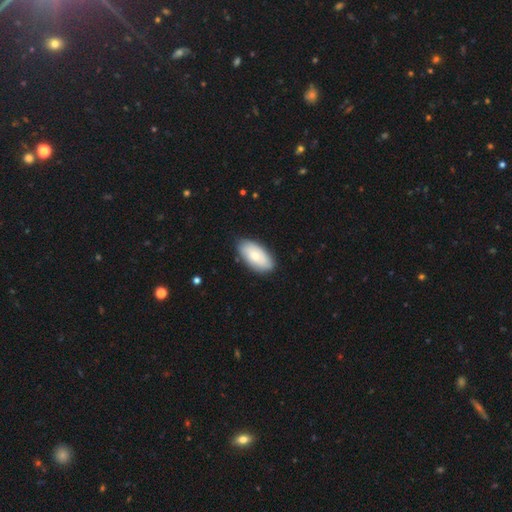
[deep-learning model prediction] smooth-or-featured: smooth: 71% | featured or disk: 24% | star or artifact: 6%
  how-rounded: in between: 94% | cigar-shaped: 4% | round: 2%
  merging: none: 82% | minor disturbance: 14% | major disturbance: 2% | merger: 1%